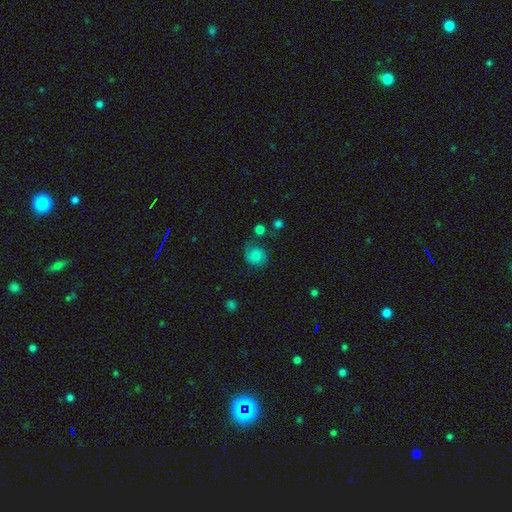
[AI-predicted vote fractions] Overall: smooth (77%). How rounded: round (83%). Merging: none (69%).